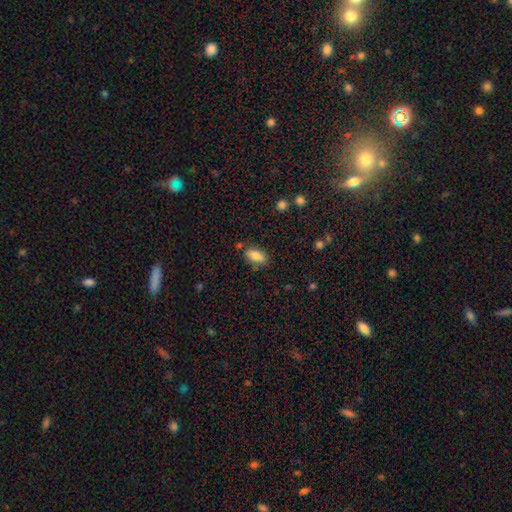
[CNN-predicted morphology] smooth-or-featured: smooth: 84% | featured or disk: 8% | star or artifact: 8%
  how-rounded: in between: 88% | cigar-shaped: 9% | round: 4%
  merging: none: 78% | minor disturbance: 14% | merger: 5% | major disturbance: 3%